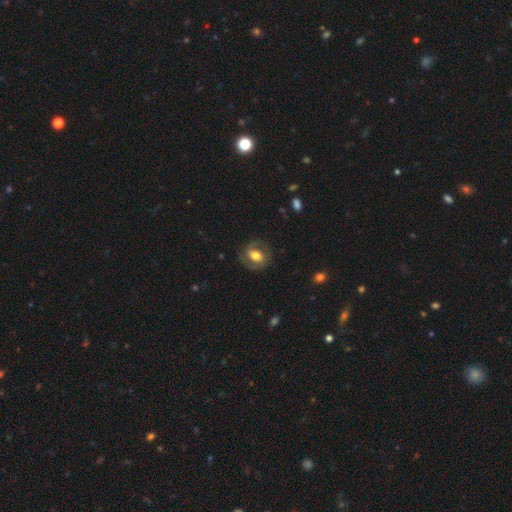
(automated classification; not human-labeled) Smooth or featured: featured or disk — 51% (smooth — 42%)
Edge-on disk: no — 95% (yes — 5%)
Merging: none — 77% (minor disturbance — 14%)